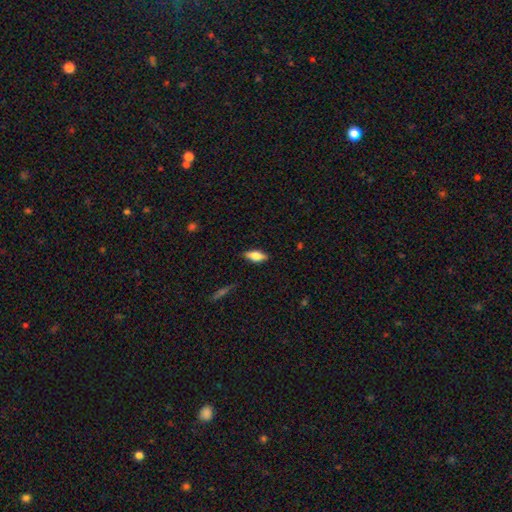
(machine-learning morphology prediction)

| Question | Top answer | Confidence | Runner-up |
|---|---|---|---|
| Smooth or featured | smooth | 64% | featured or disk (29%) |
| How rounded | in between | 79% | cigar-shaped (18%) |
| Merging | none | 85% | minor disturbance (12%) |